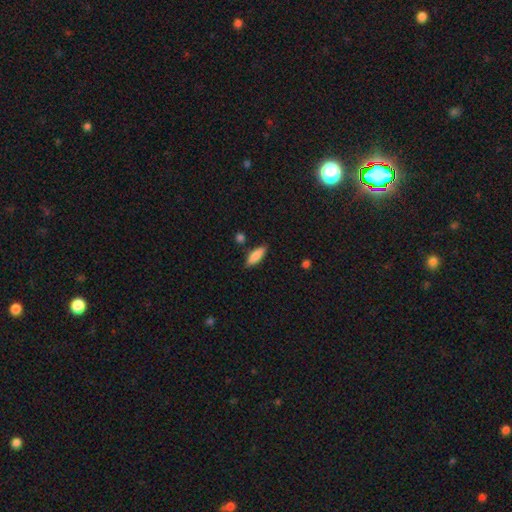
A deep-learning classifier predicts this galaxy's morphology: Smooth or featured?
  - smooth: 83% *
  - featured or disk: 11%
  - star or artifact: 6%
How rounded?
  - in between: 54% *
  - cigar-shaped: 44%
  - round: 2%
Merging?
  - none: 83% *
  - minor disturbance: 12%
  - merger: 3%
  - major disturbance: 2%